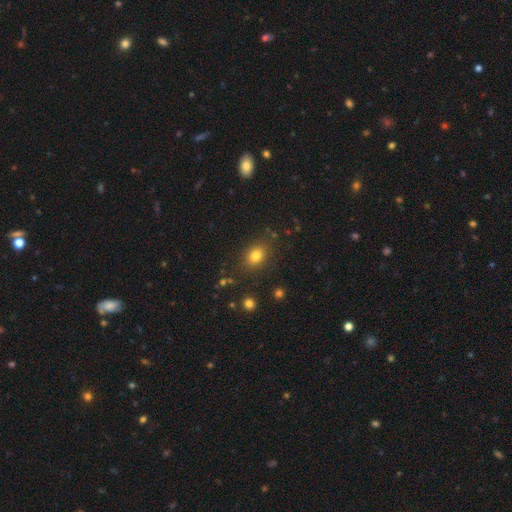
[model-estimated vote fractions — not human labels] A smooth galaxy with no disk features (80%) that is in between round and cigar-shaped (62%). Merging: none (83%).